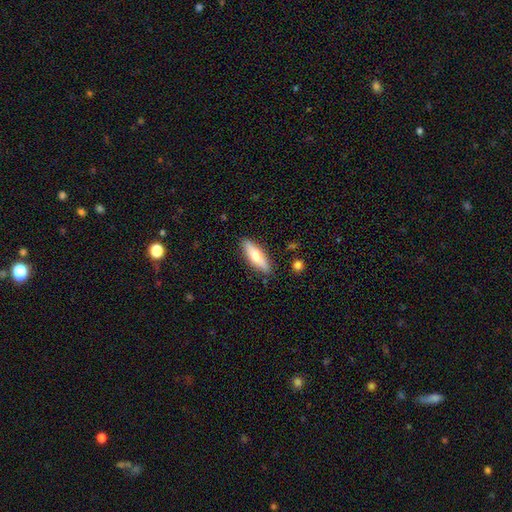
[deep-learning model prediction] smooth-or-featured: smooth: 61% | featured or disk: 33% | star or artifact: 6%
  how-rounded: cigar-shaped: 57% | in between: 41% | round: 2%
  merging: none: 86% | minor disturbance: 10% | major disturbance: 2% | merger: 2%